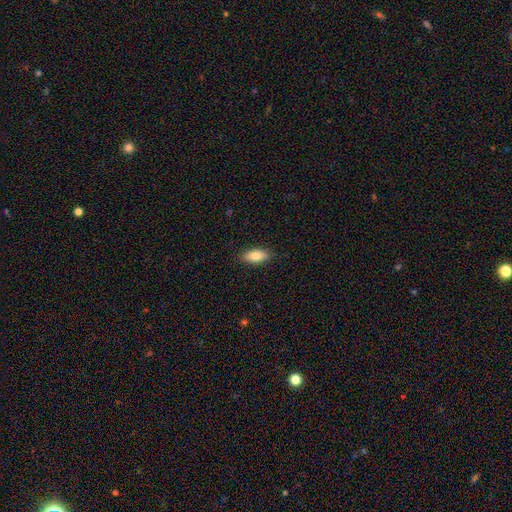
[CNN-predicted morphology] This appears to be a smooth galaxy with no disk features (80%) that is in between round and cigar-shaped (83%). Merging: none (88%).